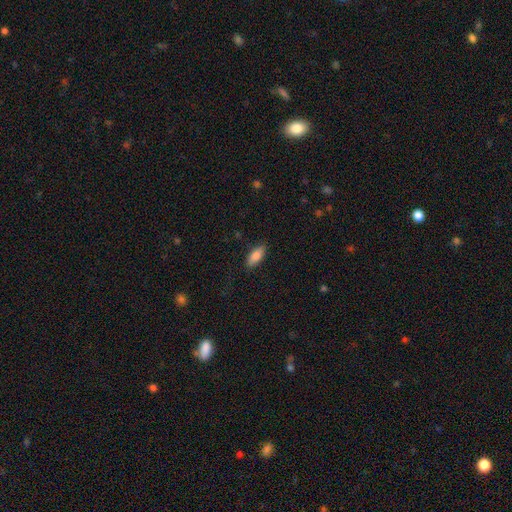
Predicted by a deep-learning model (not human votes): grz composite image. It shows a smooth galaxy with no disk features (83%) that is in between round and cigar-shaped (80%). Merging: none (86%).